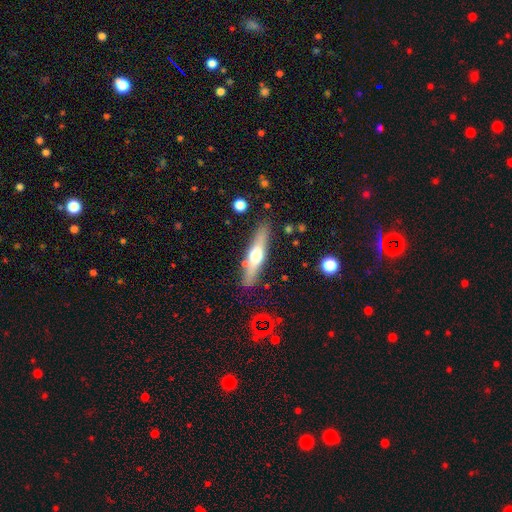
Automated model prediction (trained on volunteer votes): This is possibly a featured or disk galaxy (57%). It is clearly viewed edge-on (92%). Edge-on bulge: clearly rounded (93%). Merging: clearly none (84%).